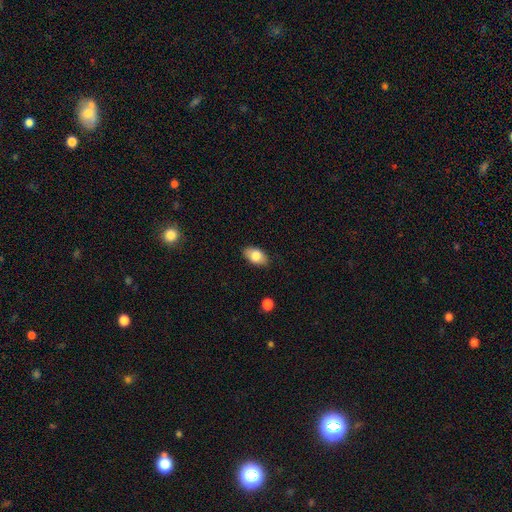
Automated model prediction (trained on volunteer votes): This appears to be a smooth galaxy with no disk features (81%) that is in between round and cigar-shaped (91%). Merging: none (85%).